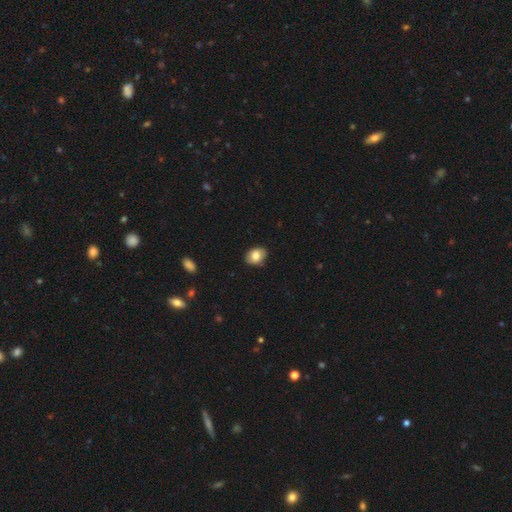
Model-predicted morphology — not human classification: This appears to be a smooth galaxy with no disk features (83%) that is in between round and cigar-shaped (72%). Merging: none (85%).